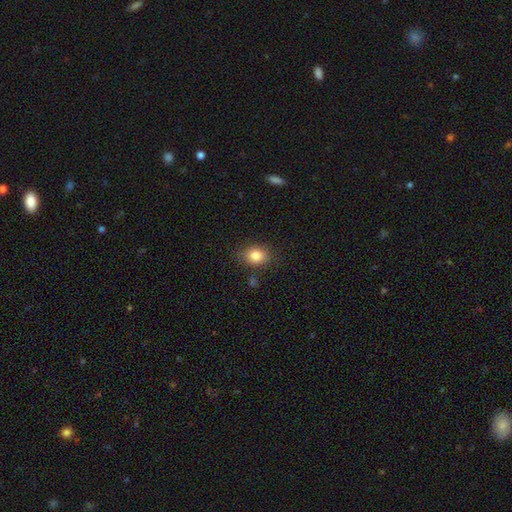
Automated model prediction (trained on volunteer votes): A smooth galaxy with no disk features (84%) that is in between round and cigar-shaped (61%). Merging: none (82%).